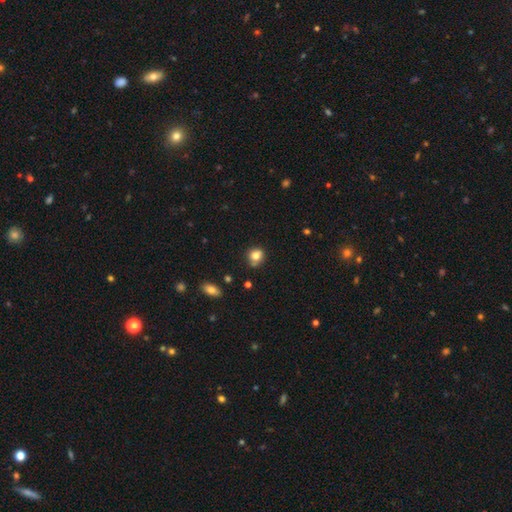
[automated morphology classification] A smooth galaxy with no disk features (80%) that is round (75%).

Vote fractions:
- Smooth or featured? smooth: 80% / star or artifact: 11% / featured or disk: 9%
- How rounded? round: 75% / in between: 24% / cigar-shaped: 1%
- Merging? none: 67% / minor disturbance: 21% / merger: 7% / major disturbance: 5%